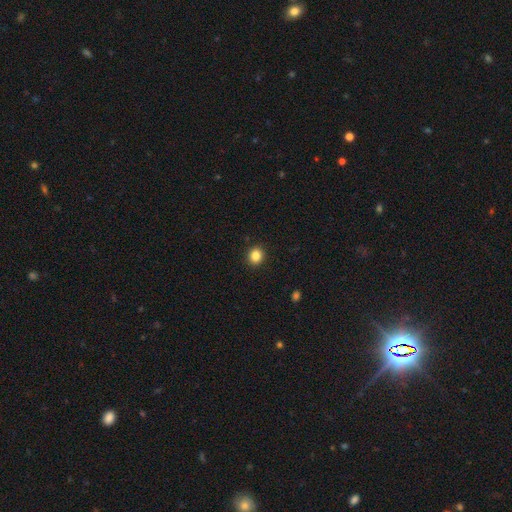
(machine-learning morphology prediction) Smooth or featured?
  - smooth: 85% *
  - star or artifact: 10%
  - featured or disk: 5%
How rounded?
  - round: 80% *
  - in between: 19%
  - cigar-shaped: 1%
Merging?
  - none: 92% *
  - minor disturbance: 5%
  - major disturbance: 2%
  - merger: 1%